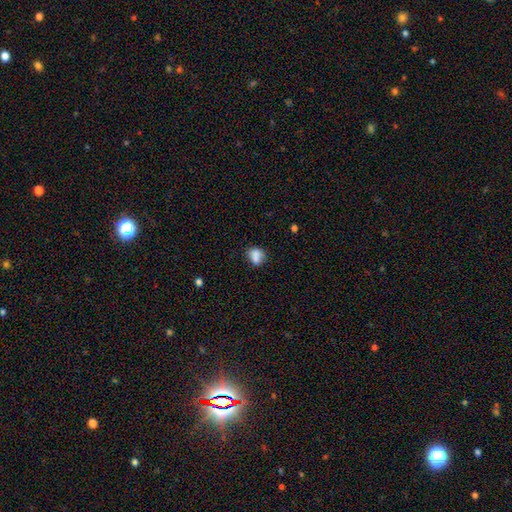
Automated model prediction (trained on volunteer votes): Morphology: type=smooth (78%); roundness=round (53%); merging=none (50%).